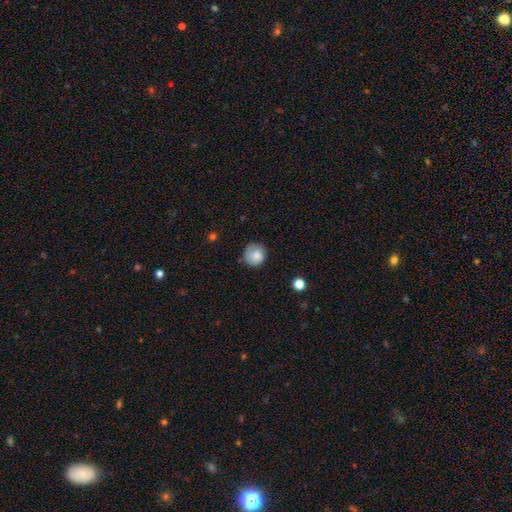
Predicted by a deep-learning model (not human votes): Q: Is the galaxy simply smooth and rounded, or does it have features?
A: smooth — 82%.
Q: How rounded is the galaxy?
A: round — 88%.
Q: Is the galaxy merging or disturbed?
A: none — 72%.